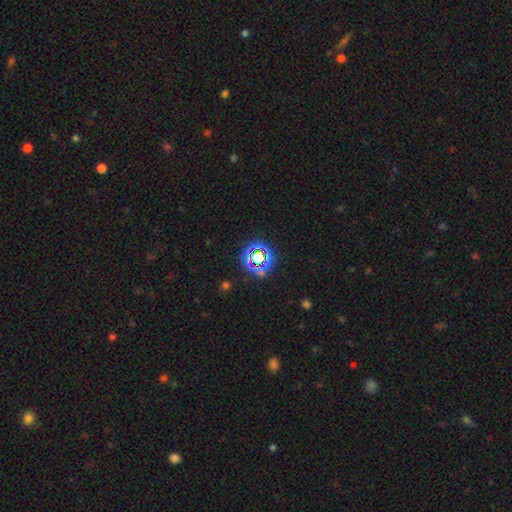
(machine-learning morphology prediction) type=star or artifact (69%).